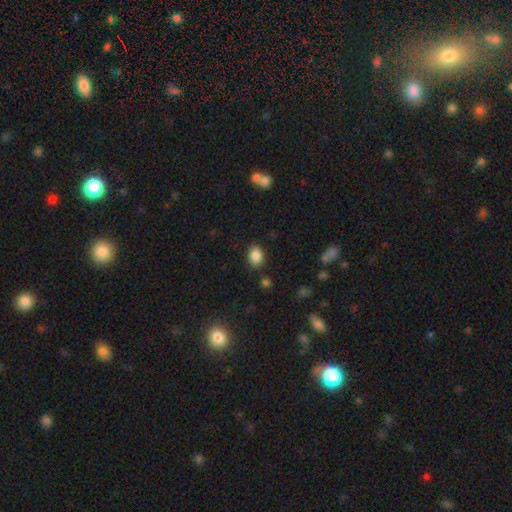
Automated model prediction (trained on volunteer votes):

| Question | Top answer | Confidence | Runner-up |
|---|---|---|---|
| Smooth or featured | smooth | 87% | star or artifact (9%) |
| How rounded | in between | 69% | round (30%) |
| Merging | none | 85% | minor disturbance (10%) |